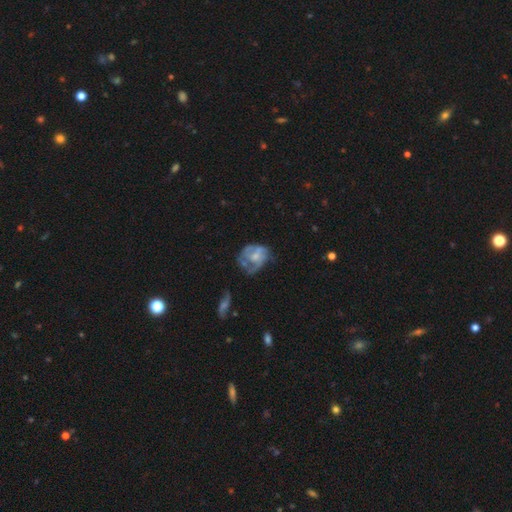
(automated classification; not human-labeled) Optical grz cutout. It shows a featured or disk galaxy (66%) with no bar (74%), spiral arms (63%) and a small central bulge (44%). Merging: none (43%).